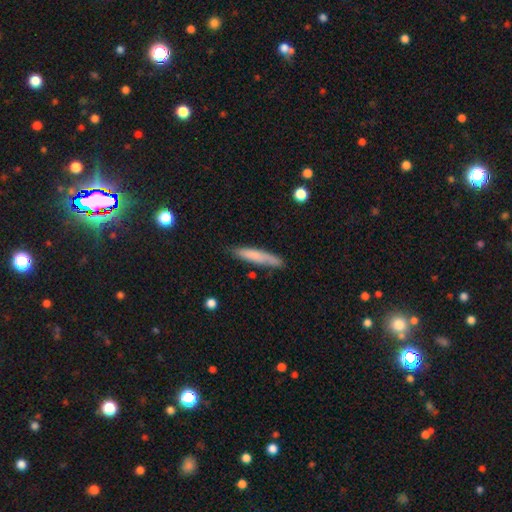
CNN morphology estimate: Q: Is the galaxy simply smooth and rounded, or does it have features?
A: smooth — 74%.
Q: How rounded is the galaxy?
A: cigar-shaped — 90%.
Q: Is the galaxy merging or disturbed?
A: none — 76%.